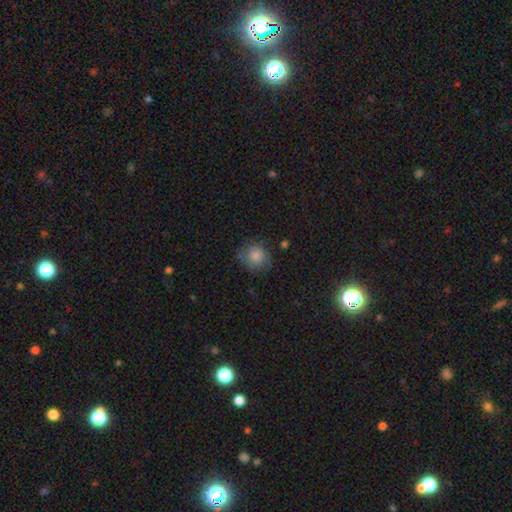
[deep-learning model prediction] Smooth or featured? Predicted: smooth (p=0.77). How rounded? Predicted: round (p=0.83). Merging? Predicted: none (p=0.70).